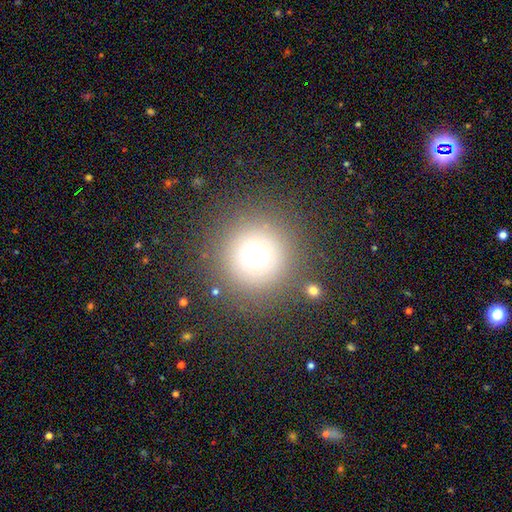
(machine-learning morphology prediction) Smooth or featured: smooth — 67% (star or artifact — 17%)
How rounded: round — 96% (in between — 3%)
Merging: none — 84% (minor disturbance — 8%)